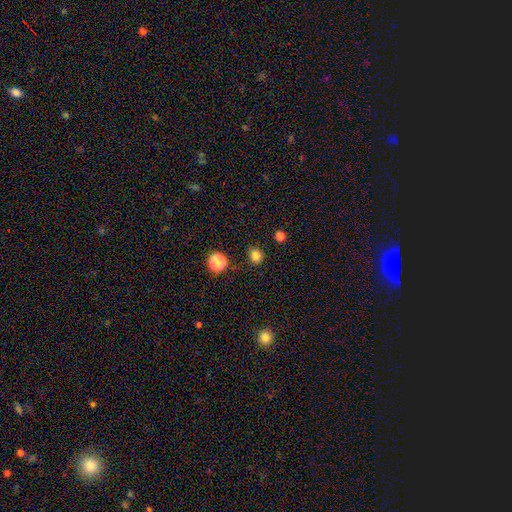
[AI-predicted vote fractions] smooth_or_featured: smooth (p=0.81) [alt: star or artifact p=0.15]
how_rounded: round (p=0.73) [alt: in between p=0.26]
merging: none (p=0.87) [alt: minor disturbance p=0.09]